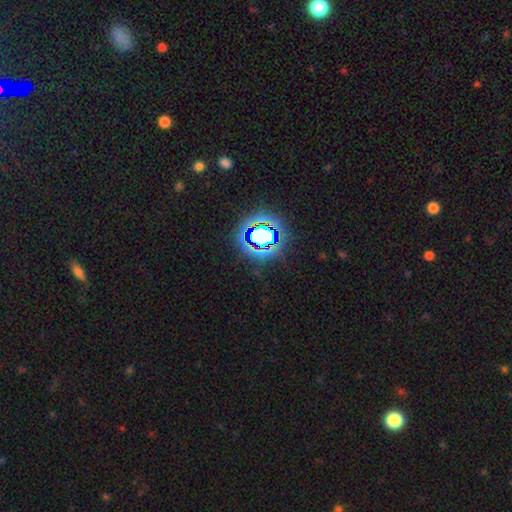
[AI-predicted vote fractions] A star or artifact, not a galaxy (80%).

Vote fractions:
- Smooth or featured? star or artifact: 80% / smooth: 13% / featured or disk: 7%